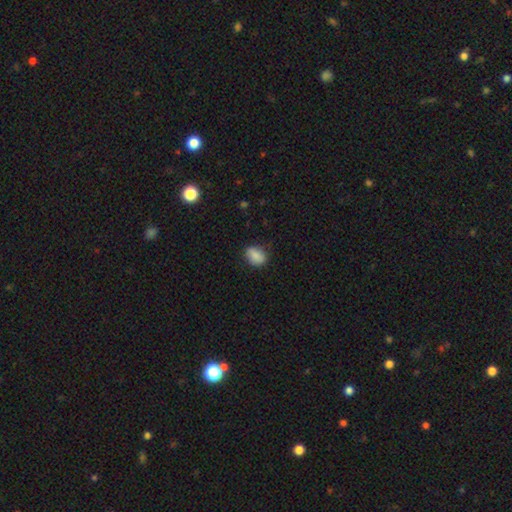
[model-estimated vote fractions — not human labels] Smooth or featured? Predicted: smooth (p=0.87). How rounded? Predicted: in between (p=0.76). Merging? Predicted: none (p=0.79).